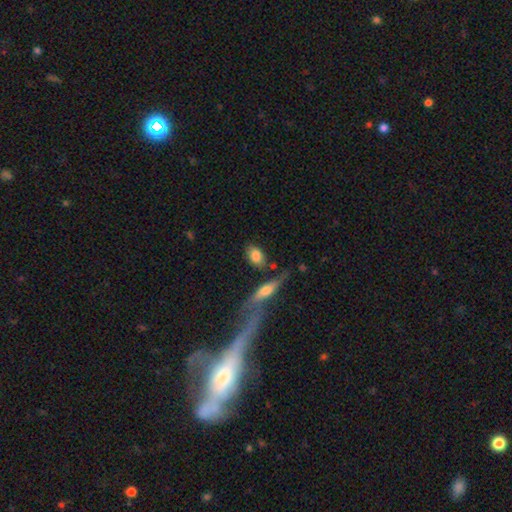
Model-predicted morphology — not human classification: Smooth or featured? smooth (82%)
How rounded? in between (84%)
Merging? none (67%)